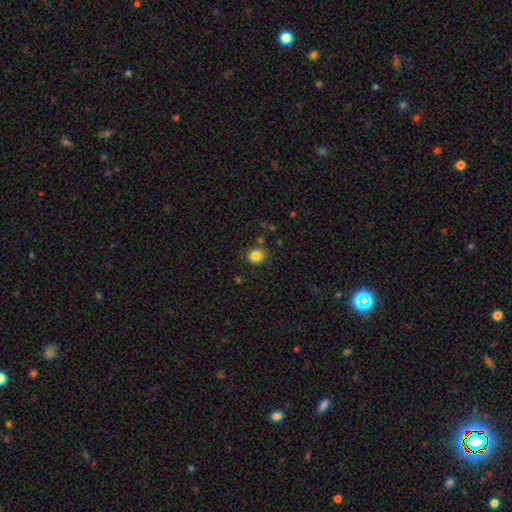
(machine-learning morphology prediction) This is clearly a smooth galaxy (83%). How rounded: clearly round (85%). Merging: clearly none (83%).